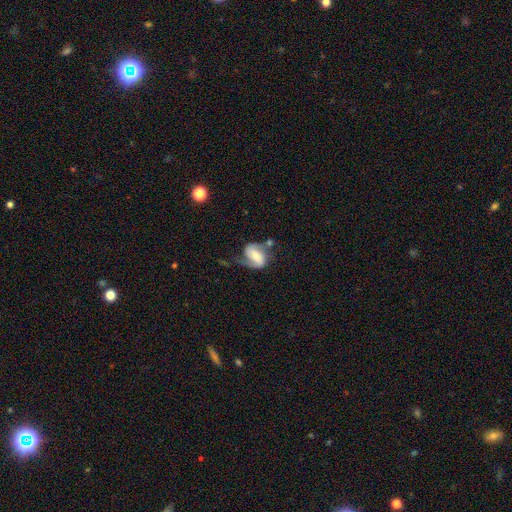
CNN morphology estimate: Smooth or featured? featured or disk (68%)
Edge-on disk? no (97%)
Bar? weak (36%)
Spiral arms? yes (89%)
Spiral winding? medium (41%)
Spiral arm count? 2 (78%)
Bulge size? moderate (49%)
Merging? none (44%)